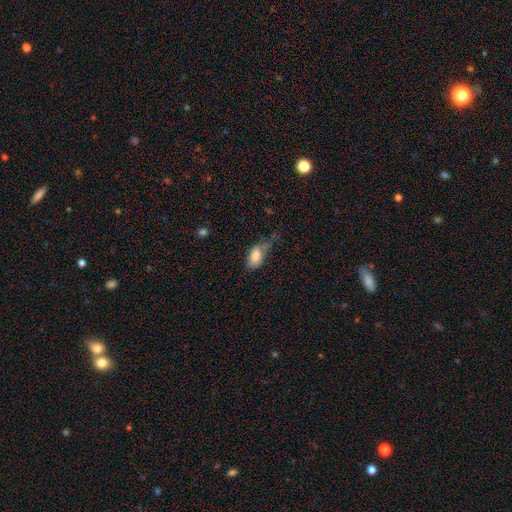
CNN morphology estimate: Smooth or featured: smooth — 79% (featured or disk — 14%)
How rounded: in between — 90% (cigar-shaped — 6%)
Merging: minor disturbance — 38% (major disturbance — 30%)